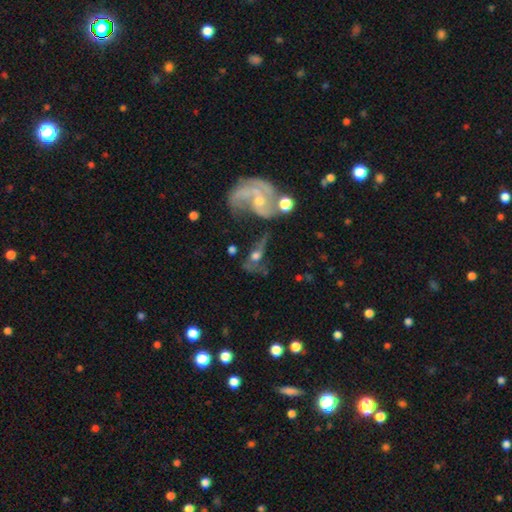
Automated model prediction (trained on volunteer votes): Overall: featured or disk (64%; smooth 24%). Edge-on disk: no (86%). Bar: no (65%). Spiral arms: yes (65%; no 35%). Bulge size: moderate (46%; small 36%). Merging: none (30%; merger 27%).